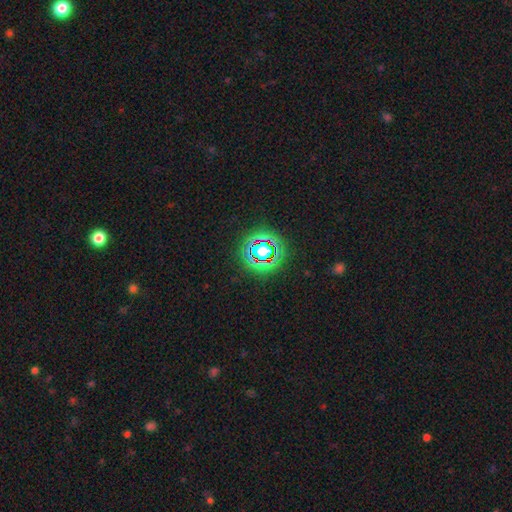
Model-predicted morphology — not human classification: type=star or artifact (70%).